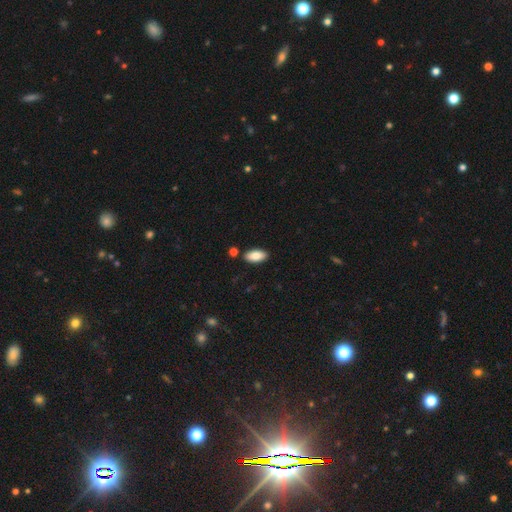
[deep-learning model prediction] This is clearly a smooth galaxy (85%). How rounded: clearly in between (93%). Merging: clearly none (86%).